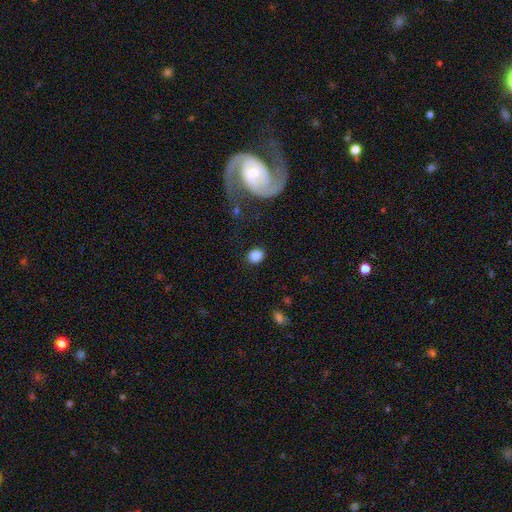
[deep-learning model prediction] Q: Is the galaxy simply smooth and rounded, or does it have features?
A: smooth — 86%.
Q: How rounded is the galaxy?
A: round — 61%.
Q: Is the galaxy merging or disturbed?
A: none — 84%.